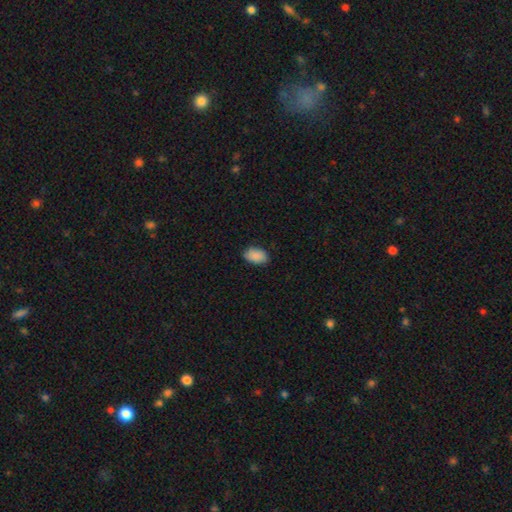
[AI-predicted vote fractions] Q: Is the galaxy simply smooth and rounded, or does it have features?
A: smooth — 90%.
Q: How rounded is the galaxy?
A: in between — 88%.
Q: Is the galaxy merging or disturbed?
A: none — 85%.